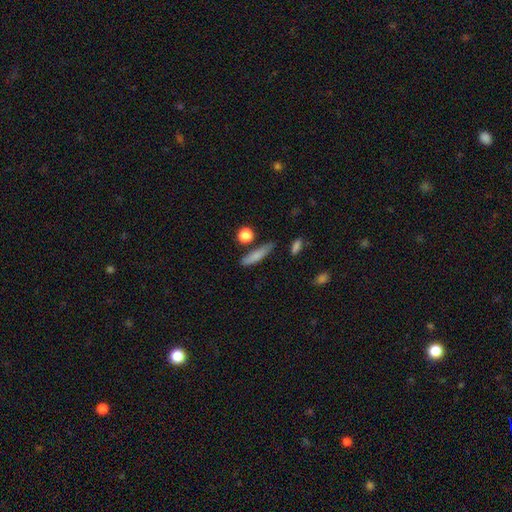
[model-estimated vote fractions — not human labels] Smooth or featured? smooth (77%)
How rounded? cigar-shaped (70%)
Merging? none (71%)